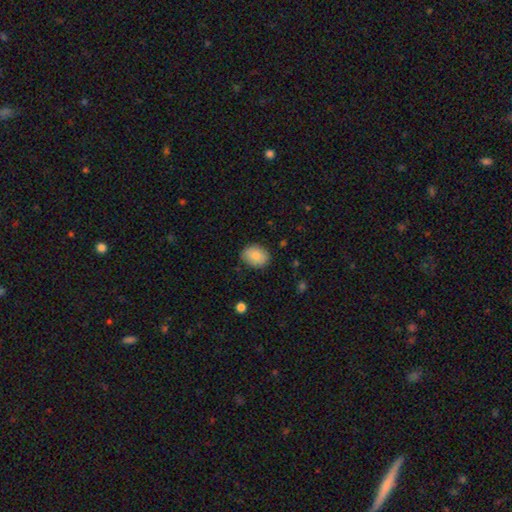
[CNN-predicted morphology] The model was most divided on "how rounded": in between: 64%, round: 35%, cigar-shaped: 1%. More confident: smooth or featured — smooth (84%); merging — none (82%).